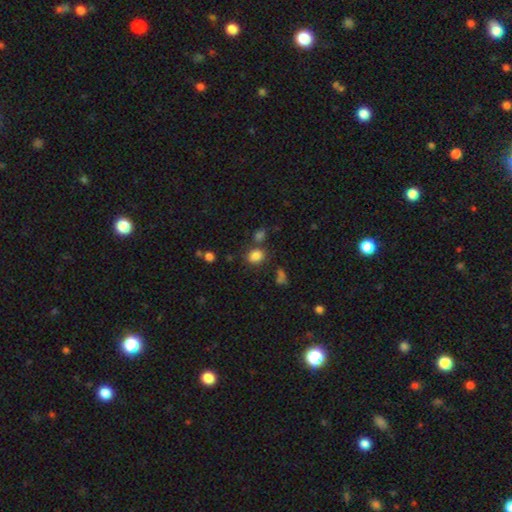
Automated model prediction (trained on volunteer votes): smooth_or_featured: smooth (p=0.83) [alt: star or artifact p=0.12]
how_rounded: round (p=0.51) [alt: in between p=0.48]
merging: none (p=0.73) [alt: minor disturbance p=0.12]